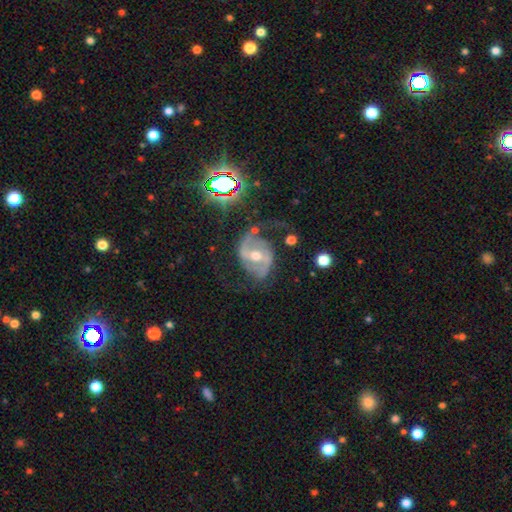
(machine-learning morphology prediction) Smooth or featured? featured or disk (85%)
Edge-on disk? no (97%)
Bar? strong (43%)
Spiral arms? yes (94%)
Spiral winding? medium (47%)
Spiral arm count? 2 (91%)
Bulge size? moderate (68%)
Merging? none (65%)